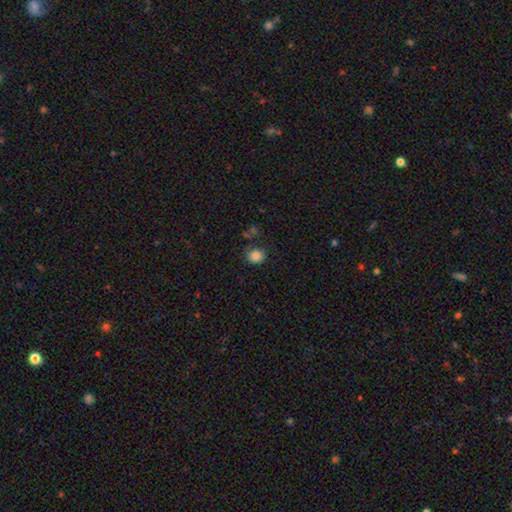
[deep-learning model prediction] smooth_or_featured: smooth (p=0.85) [alt: star or artifact p=0.11]
how_rounded: round (p=0.79) [alt: in between p=0.20]
merging: none (p=0.76) [alt: minor disturbance p=0.15]